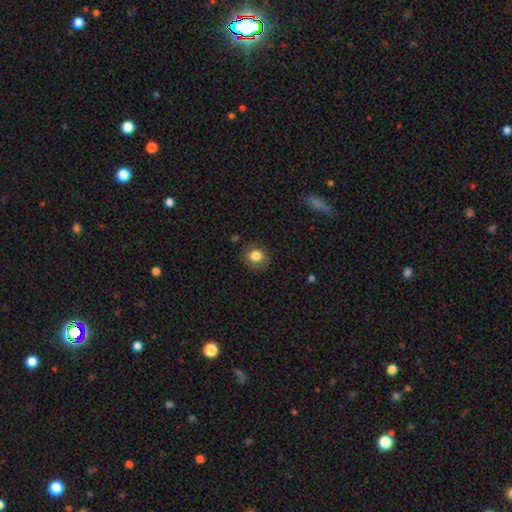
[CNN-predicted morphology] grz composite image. It shows a smooth galaxy with no disk features (82%) that is round (78%). Merging: none (82%).